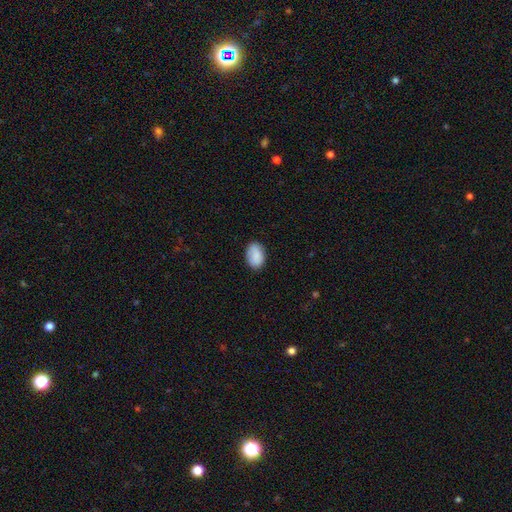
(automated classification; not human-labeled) The model was most divided on "merging": none: 83%, minor disturbance: 13%, major disturbance: 3%, merger: 1%. More confident: smooth or featured — smooth (88%); how rounded — in between (86%).